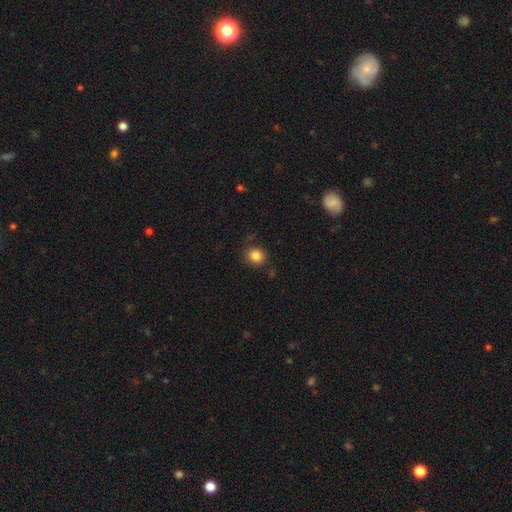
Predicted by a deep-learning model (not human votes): smooth-or-featured: smooth: 85% | star or artifact: 10% | featured or disk: 5%
  how-rounded: round: 78% | in between: 21% | cigar-shaped: 1%
  merging: none: 83% | minor disturbance: 11% | major disturbance: 3% | merger: 3%